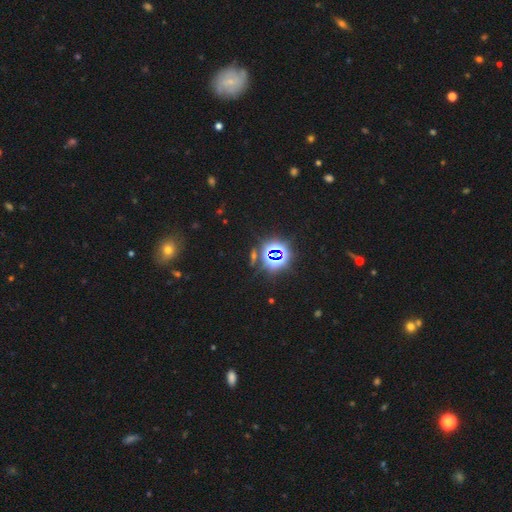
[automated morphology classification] A star or artifact, not a galaxy (78%).

Vote fractions:
- Smooth or featured? star or artifact: 78% / smooth: 13% / featured or disk: 9%